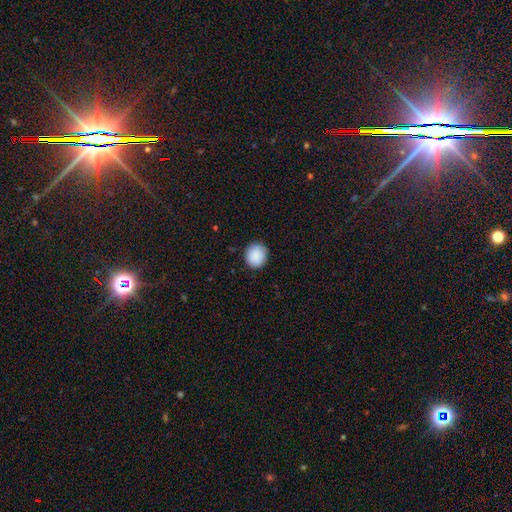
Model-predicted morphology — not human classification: smooth_or_featured: smooth (p=0.90) [alt: star or artifact p=0.07]
how_rounded: round (p=0.81) [alt: in between p=0.18]
merging: none (p=0.89) [alt: minor disturbance p=0.08]